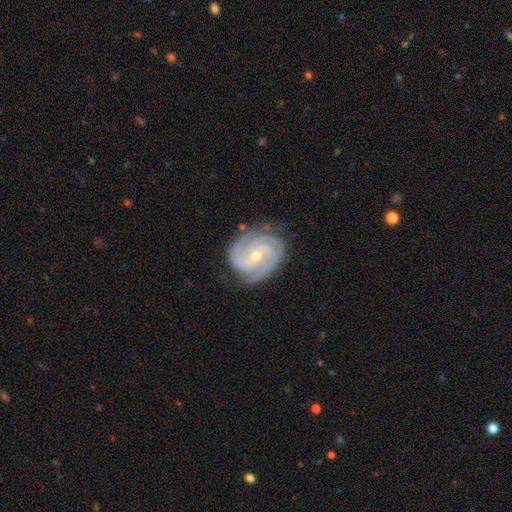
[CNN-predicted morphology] A featured or disk galaxy (92%) with a weak bar (43%), 3 (46%) tight (69%) spiral arms (99%) and a small central bulge (60%). Merging: none (79%).